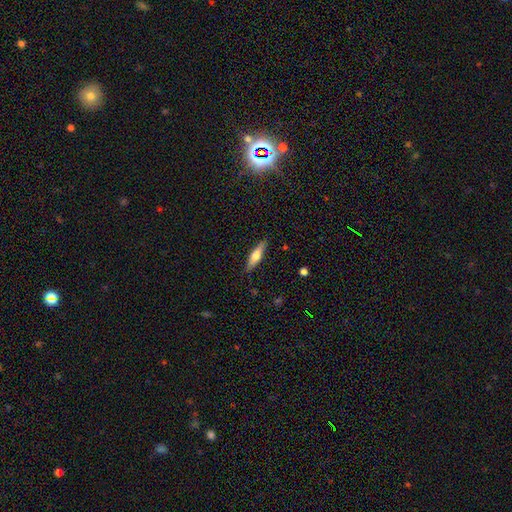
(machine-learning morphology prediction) Smooth or featured: smooth — 53% (featured or disk — 41%)
How rounded: cigar-shaped — 72% (in between — 26%)
Merging: none — 88% (minor disturbance — 9%)